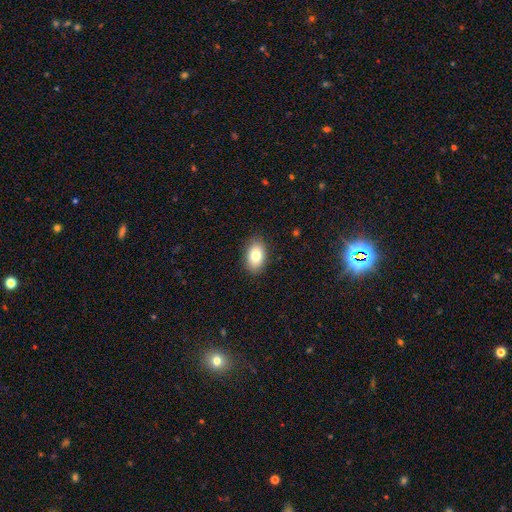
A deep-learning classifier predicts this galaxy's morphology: Smooth or featured? Predicted: smooth (p=0.80). How rounded? Predicted: in between (p=0.90). Merging? Predicted: none (p=0.87).